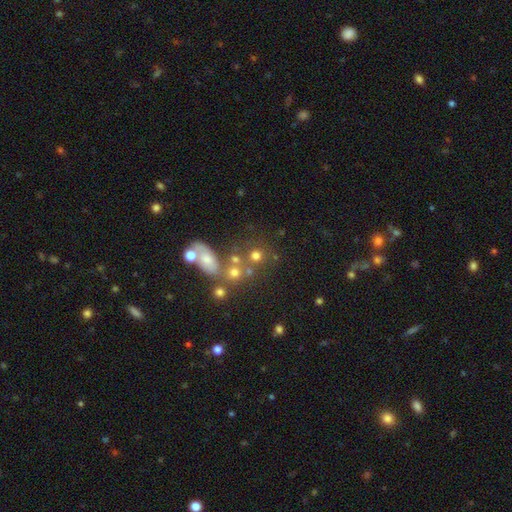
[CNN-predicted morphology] A smooth galaxy with no disk features (67%) that is round (82%). Merging: none (59%).